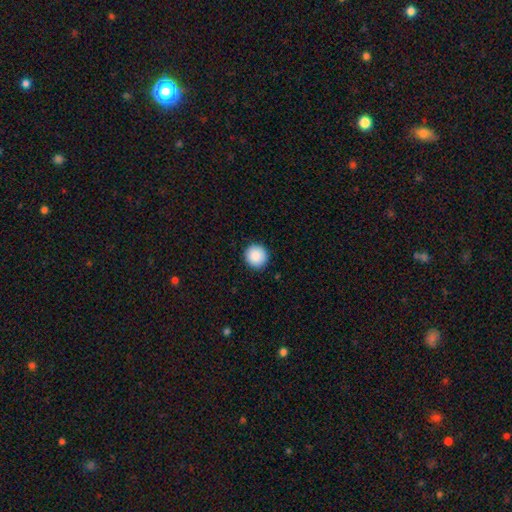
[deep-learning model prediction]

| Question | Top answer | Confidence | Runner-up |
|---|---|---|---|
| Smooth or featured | smooth | 88% | star or artifact (8%) |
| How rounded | round | 95% | in between (4%) |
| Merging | none | 92% | minor disturbance (6%) |